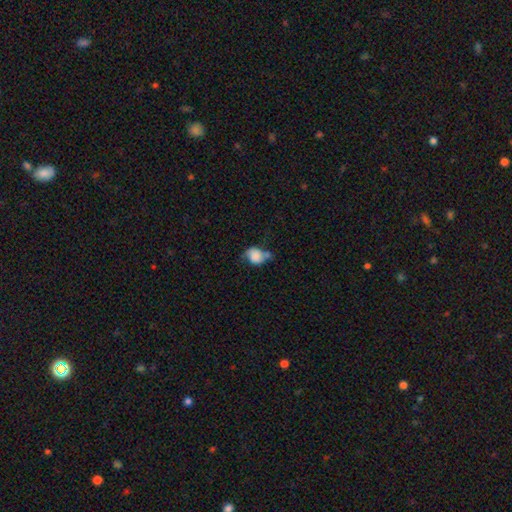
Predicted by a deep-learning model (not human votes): Smooth or featured? smooth (72%)
How rounded? round (55%)
Merging? none (31%)